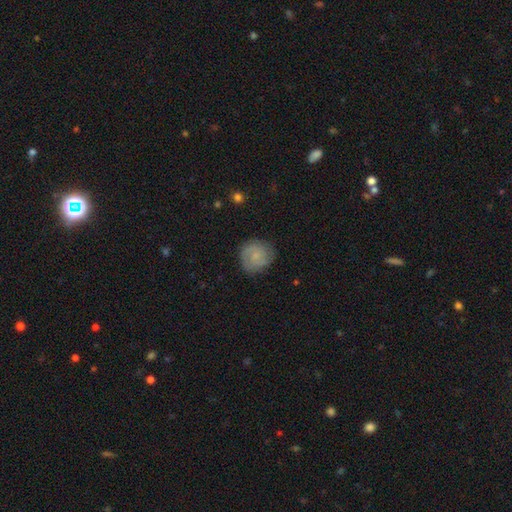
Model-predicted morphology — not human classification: Overall: smooth (49%; featured or disk 44%). Merging: none (80%).